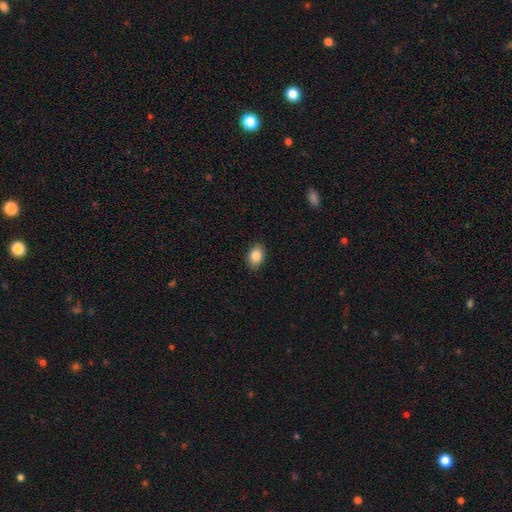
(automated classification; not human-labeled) The model was most divided on "how rounded": in between: 77%, round: 22%, cigar-shaped: 1%. More confident: merging — none (88%); smooth or featured — smooth (85%).